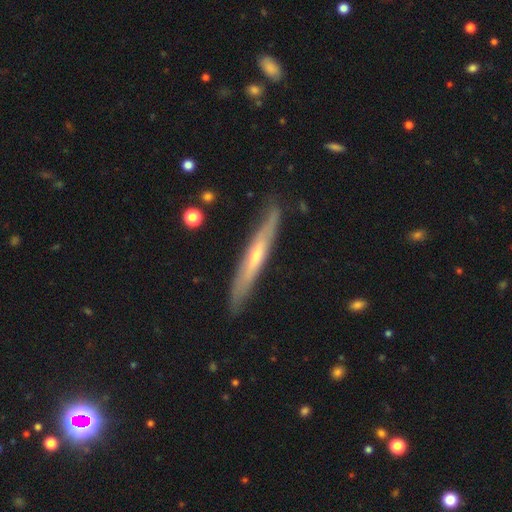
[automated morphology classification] featured or disk 62%, smooth 33%, star or artifact 5%. Down the decision tree: edge-on disk — yes (85%); edge-on bulge — rounded (48%); merging — none (83%).